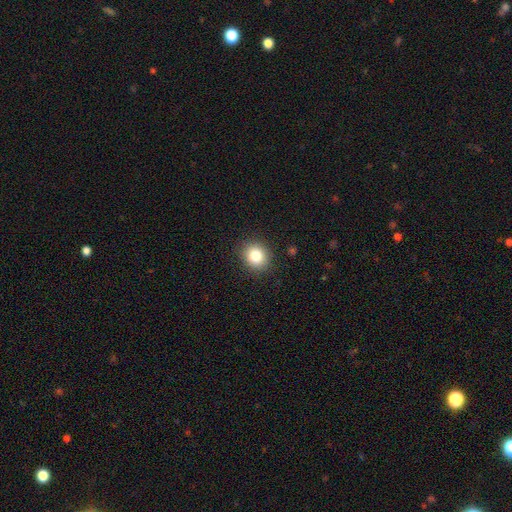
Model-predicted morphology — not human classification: Overall: smooth (82%). How rounded: round (75%). Merging: none (89%).